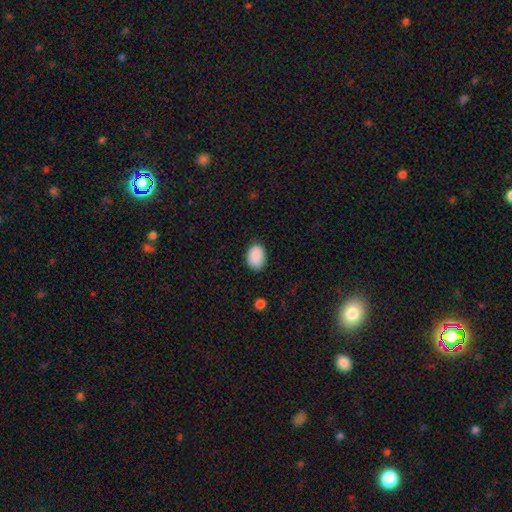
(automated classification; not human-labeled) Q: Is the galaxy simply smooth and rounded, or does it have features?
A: smooth — 90%.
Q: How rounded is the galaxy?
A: in between — 81%.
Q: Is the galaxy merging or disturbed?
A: none — 84%.